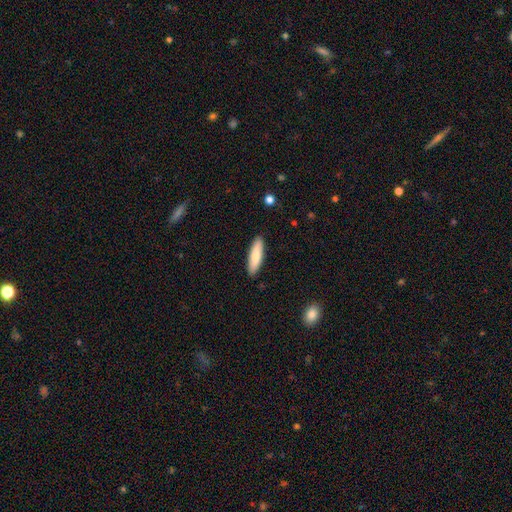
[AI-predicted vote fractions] smooth-or-featured: smooth: 83% | featured or disk: 12% | star or artifact: 5%
  how-rounded: cigar-shaped: 63% | in between: 36% | round: 1%
  merging: none: 89% | minor disturbance: 8% | major disturbance: 2% | merger: 1%